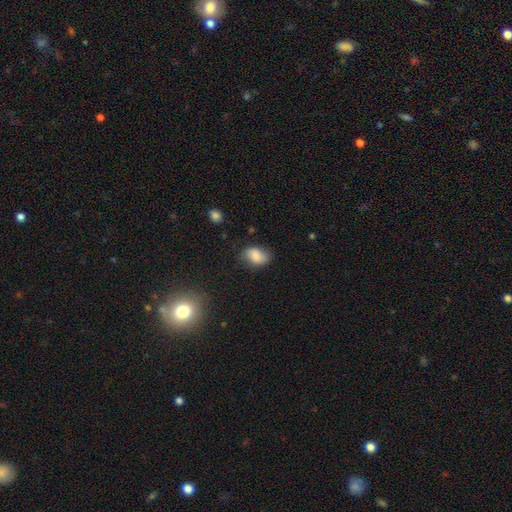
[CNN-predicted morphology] Smooth or featured: smooth — 78% (featured or disk — 14%)
How rounded: in between — 82% (round — 17%)
Merging: none — 73% (minor disturbance — 21%)